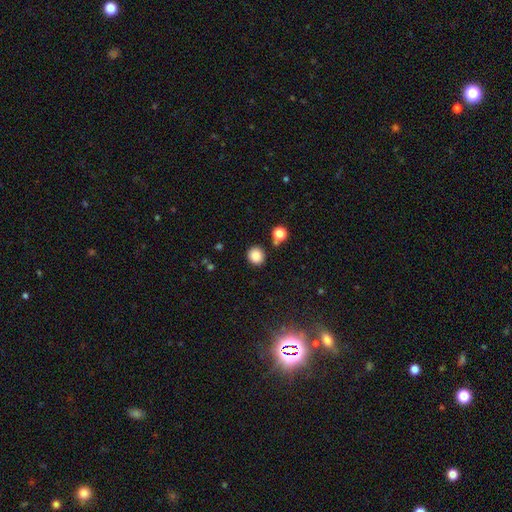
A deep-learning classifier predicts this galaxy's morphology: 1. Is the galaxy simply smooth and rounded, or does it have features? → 86% smooth, 11% star or artifact, 3% featured or disk.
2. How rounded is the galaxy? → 90% round, 9% in between, 1% cigar-shaped.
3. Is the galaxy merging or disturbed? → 84% none, 8% minor disturbance, 5% merger, 3% major disturbance.